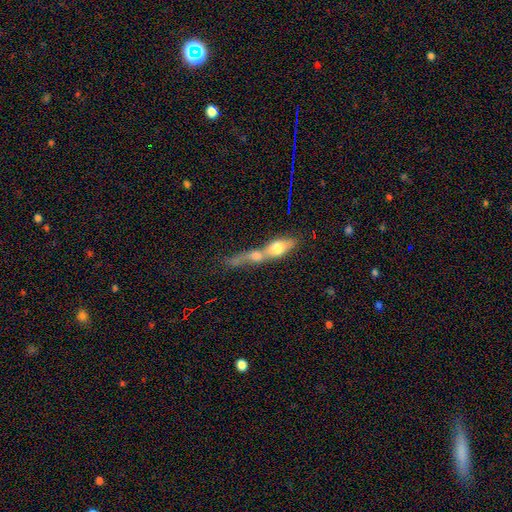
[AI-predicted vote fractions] Overall: smooth (53%; featured or disk 37%). How rounded: cigar-shaped (44%; in between 39%). Merging: merger (73%).